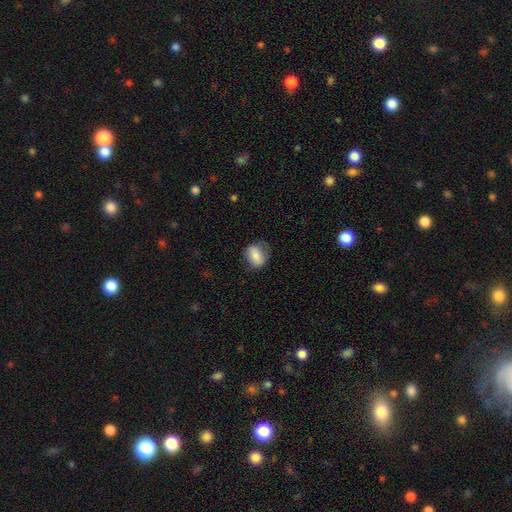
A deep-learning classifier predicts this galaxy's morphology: smooth_or_featured: smooth (p=0.78) [alt: featured or disk p=0.15]
how_rounded: in between (p=0.63) [alt: round p=0.36]
merging: none (p=0.63) [alt: minor disturbance p=0.25]